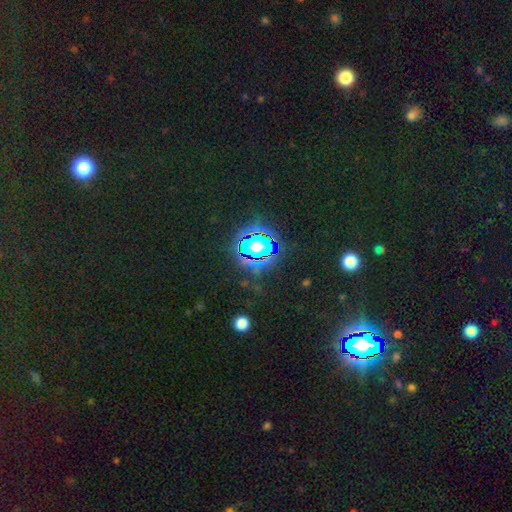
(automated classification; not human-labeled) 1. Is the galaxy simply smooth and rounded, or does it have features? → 79% star or artifact, 14% smooth, 7% featured or disk.